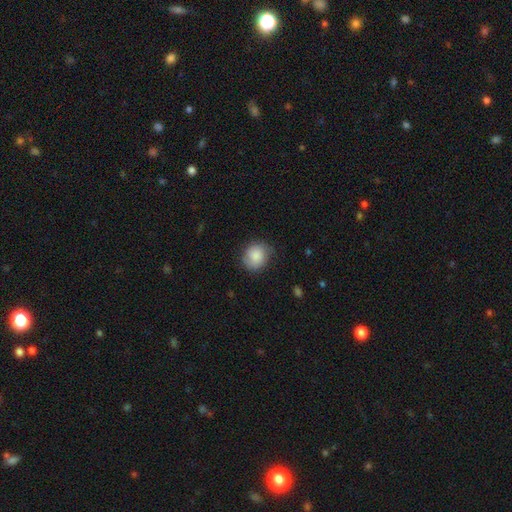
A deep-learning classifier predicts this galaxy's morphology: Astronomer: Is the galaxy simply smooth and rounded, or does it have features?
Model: smooth — 85%.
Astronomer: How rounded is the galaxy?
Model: round — 76%.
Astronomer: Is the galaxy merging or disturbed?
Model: none — 73%.